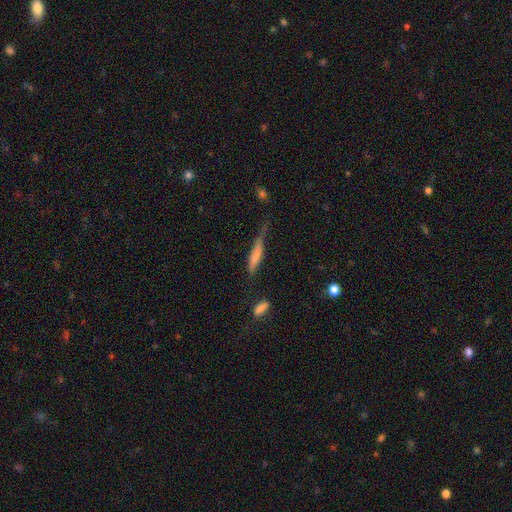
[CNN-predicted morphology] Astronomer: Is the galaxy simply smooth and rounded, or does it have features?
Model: smooth — 65%.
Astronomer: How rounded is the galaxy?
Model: cigar-shaped — 84%.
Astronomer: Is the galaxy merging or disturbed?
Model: none — 39% (runner-up: minor disturbance, 34%).